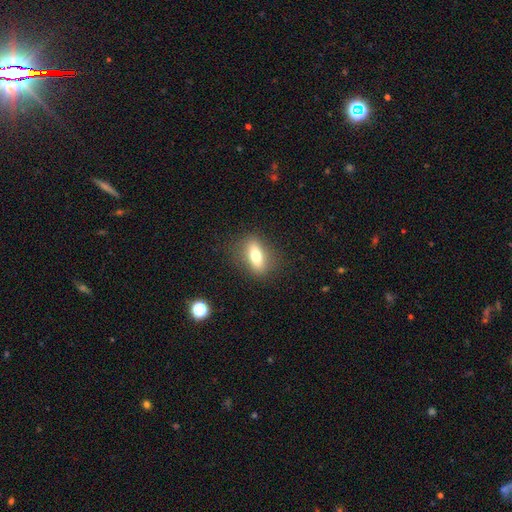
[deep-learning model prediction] A smooth galaxy with no disk features (67%) that is in between round and cigar-shaped (68%).

Vote fractions:
- Smooth or featured? smooth: 67% / featured or disk: 24% / star or artifact: 9%
- How rounded? in between: 68% / cigar-shaped: 23% / round: 9%
- Merging? none: 84% / minor disturbance: 11% / major disturbance: 4% / merger: 1%